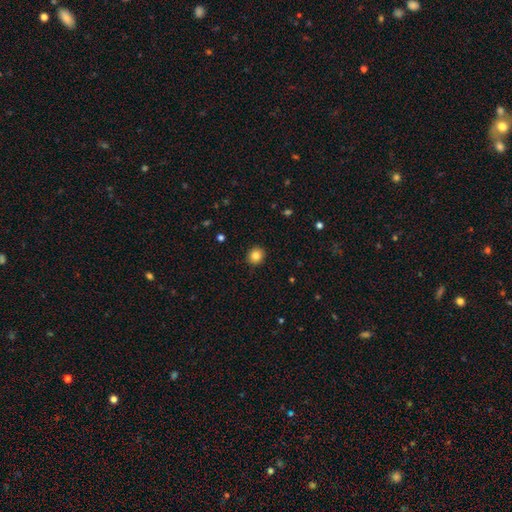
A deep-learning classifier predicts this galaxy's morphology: smooth_or_featured: smooth (p=0.84) [alt: star or artifact p=0.10]
how_rounded: round (p=0.85) [alt: in between p=0.14]
merging: none (p=0.91) [alt: minor disturbance p=0.06]